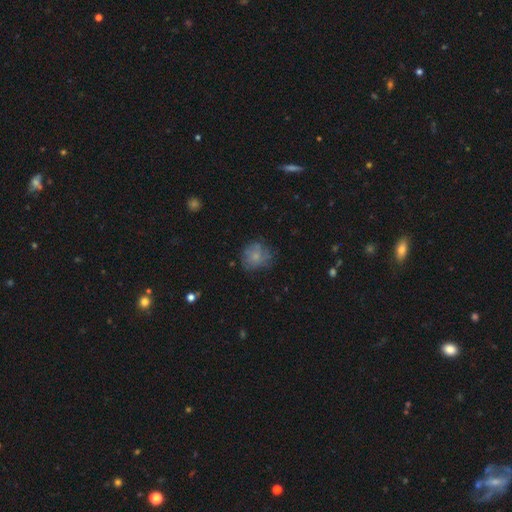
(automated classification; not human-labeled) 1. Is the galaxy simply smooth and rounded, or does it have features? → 66% smooth, 24% featured or disk, 10% star or artifact.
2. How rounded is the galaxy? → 77% round, 22% in between, 1% cigar-shaped.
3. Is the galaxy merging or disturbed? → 61% none, 25% minor disturbance, 12% major disturbance, 2% merger.